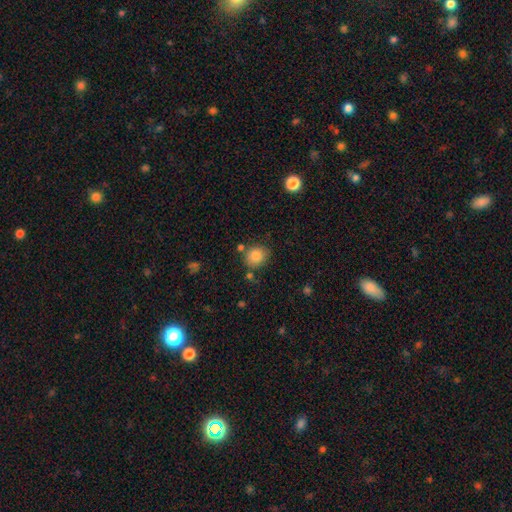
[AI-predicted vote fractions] Smooth or featured: smooth — 83% (star or artifact — 10%)
How rounded: round — 73% (in between — 26%)
Merging: none — 74% (minor disturbance — 14%)